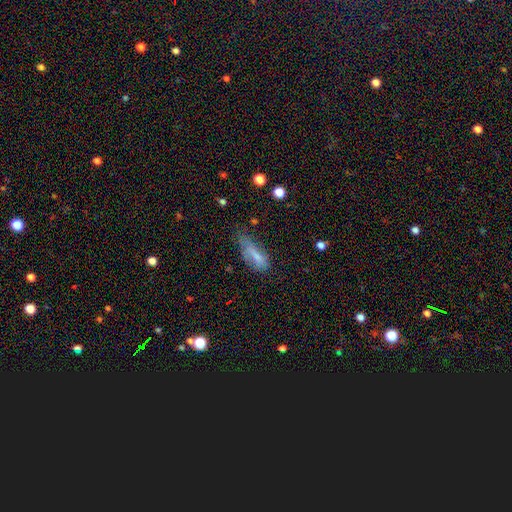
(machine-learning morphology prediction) type=smooth (69%); roundness=in between (60%); merging=minor disturbance (36%).